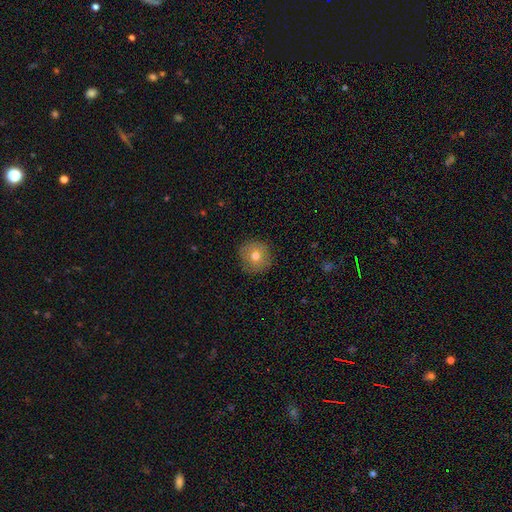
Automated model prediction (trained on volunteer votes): This is likely a smooth galaxy (69%). How rounded: clearly round (93%). Merging: clearly none (86%).